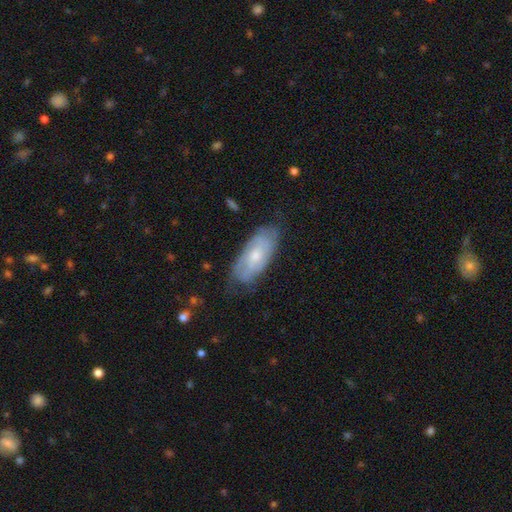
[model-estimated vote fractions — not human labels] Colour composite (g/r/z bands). It shows a featured or disk galaxy (50%). Merging: none (69%).